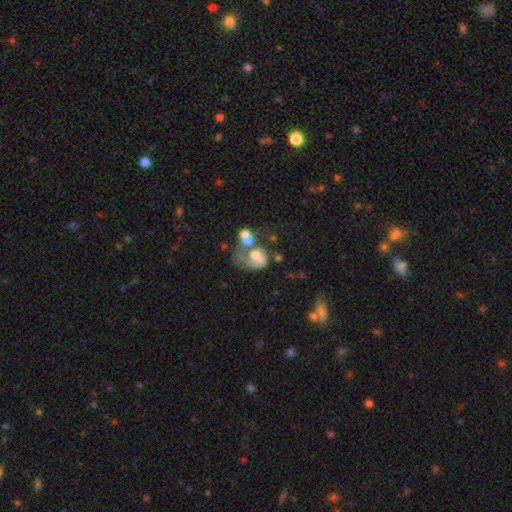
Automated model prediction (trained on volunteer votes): Smooth or featured? featured or disk (58%)
Edge-on disk? no (98%)
Bar? no (77%)
Spiral arms? yes (60%)
Bulge size? moderate (45%)
Merging? merger (39%)